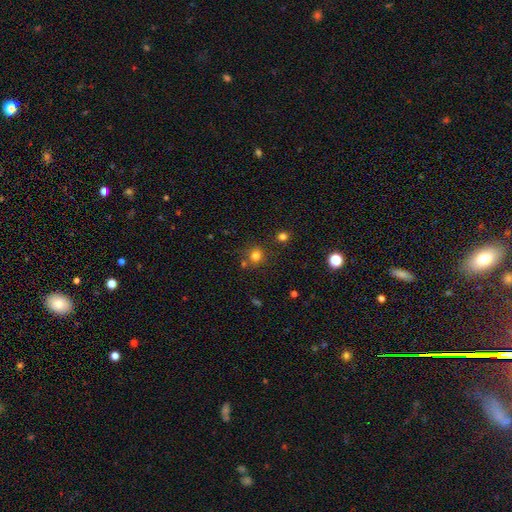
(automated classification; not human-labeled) A smooth galaxy with no disk features (76%) that is round (79%).

Vote fractions:
- Smooth or featured? smooth: 76% / star or artifact: 17% / featured or disk: 7%
- How rounded? round: 79% / in between: 20% / cigar-shaped: 1%
- Merging? none: 73% / merger: 12% / minor disturbance: 11% / major disturbance: 4%